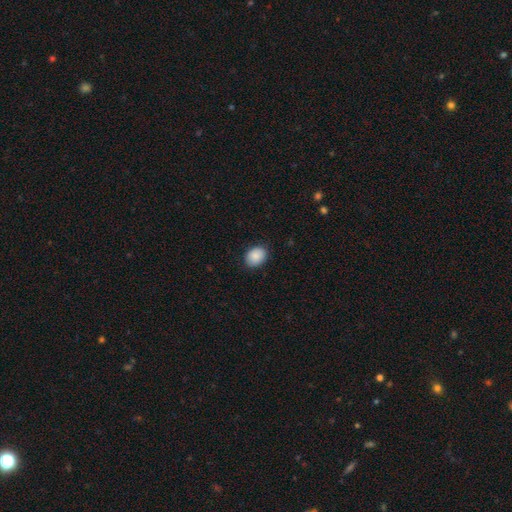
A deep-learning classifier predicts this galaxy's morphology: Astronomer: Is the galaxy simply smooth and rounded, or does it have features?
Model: smooth — 89%.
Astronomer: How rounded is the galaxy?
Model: in between — 60% (runner-up: round, 39%).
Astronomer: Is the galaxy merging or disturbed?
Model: none — 86%.